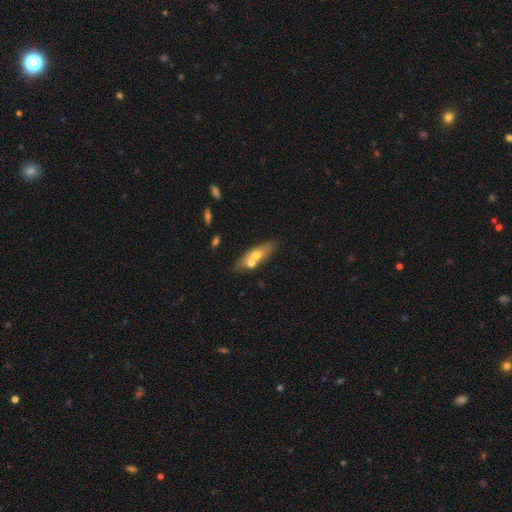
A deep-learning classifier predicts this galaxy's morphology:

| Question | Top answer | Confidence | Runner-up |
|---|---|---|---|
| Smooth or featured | smooth | 58% | featured or disk (35%) |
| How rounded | in between | 55% | cigar-shaped (40%) |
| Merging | none | 60% | merger (24%) |